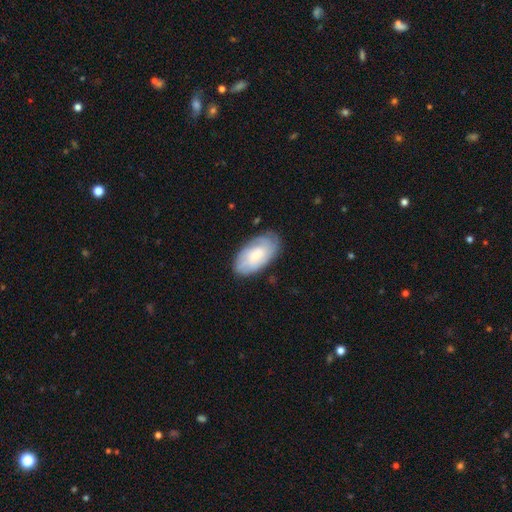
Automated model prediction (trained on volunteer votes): smooth_or_featured: featured or disk (p=0.49) [alt: smooth p=0.45]
merging: none (p=0.77) [alt: minor disturbance p=0.18]